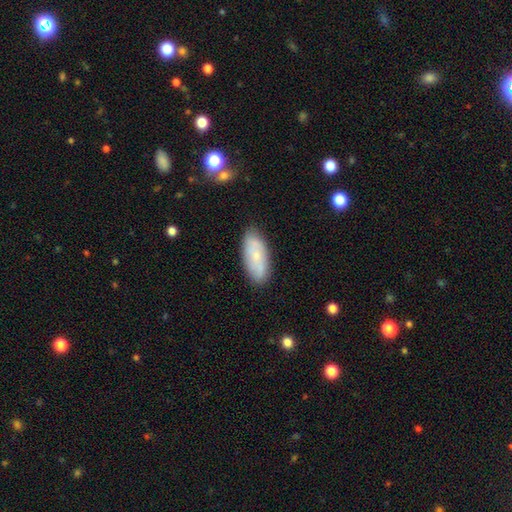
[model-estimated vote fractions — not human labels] The model was most divided on "smooth or featured": smooth: 60%, featured or disk: 33%, star or artifact: 7%. More confident: how rounded — in between (83%); merging — none (83%).